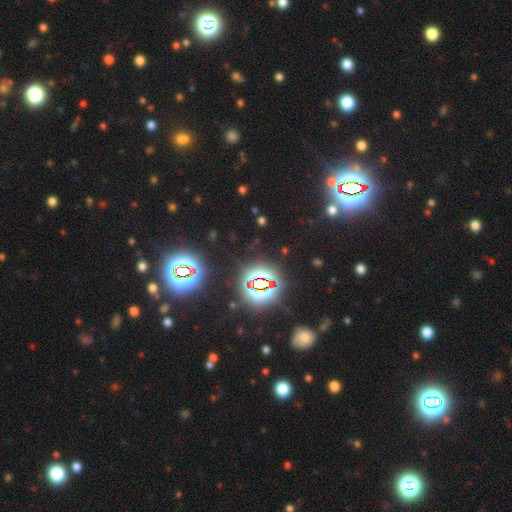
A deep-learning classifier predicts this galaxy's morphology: This is clearly a star or artifact rather than a galaxy (80%).